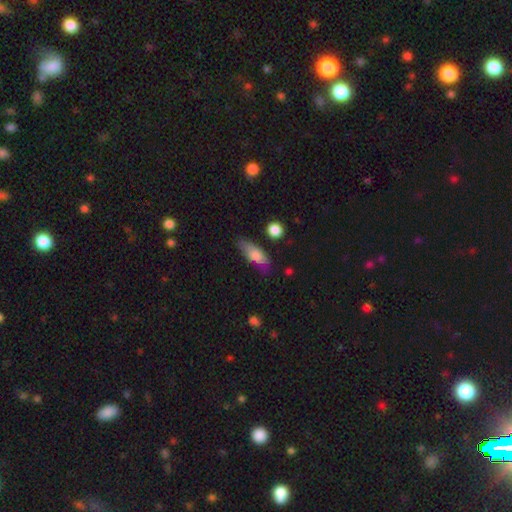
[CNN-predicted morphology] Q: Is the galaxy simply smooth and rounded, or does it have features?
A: smooth — 73%.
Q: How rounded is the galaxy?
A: in between — 71%.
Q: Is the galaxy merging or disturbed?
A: none — 62%.